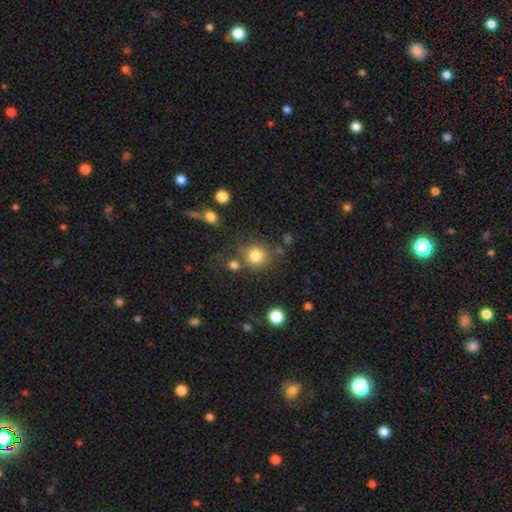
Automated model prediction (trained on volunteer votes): This appears to be a smooth galaxy with no disk features (80%) that is round (89%). Merging: none (73%).